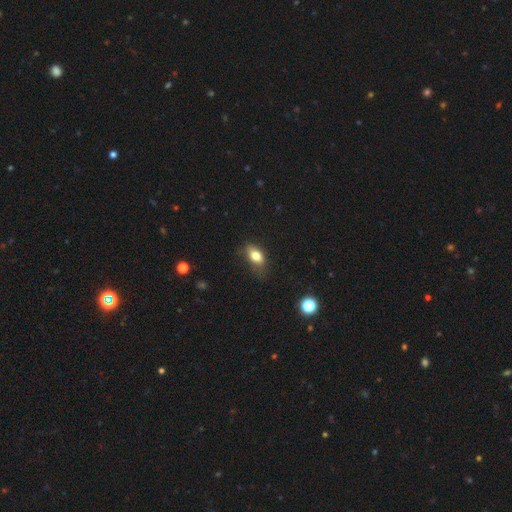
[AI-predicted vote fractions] This appears to be a smooth galaxy with no disk features (78%) that is in between round and cigar-shaped (86%). Merging: none (58%).